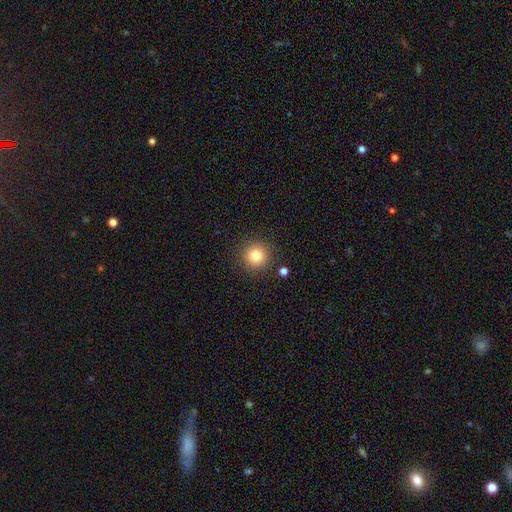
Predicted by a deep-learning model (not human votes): smooth-or-featured: smooth: 81% | star or artifact: 12% | featured or disk: 7%
  how-rounded: round: 95% | in between: 4% | cigar-shaped: 1%
  merging: none: 89% | minor disturbance: 6% | major disturbance: 2% | merger: 2%